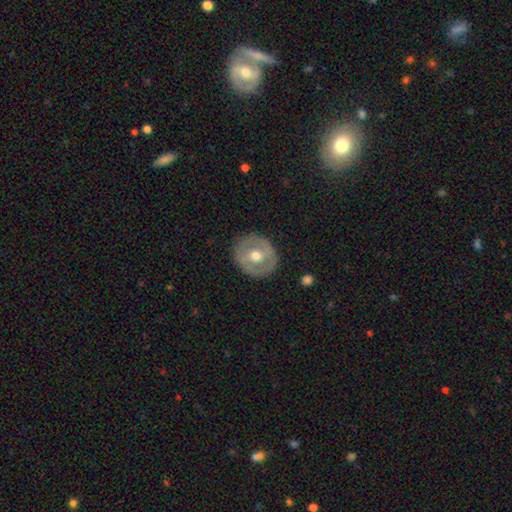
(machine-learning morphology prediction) A featured or disk galaxy (54%) with no bar (60%), no spiral arms (77%) and a moderate central bulge (80%).

Vote fractions:
- Smooth or featured? featured or disk: 54% / smooth: 40% / star or artifact: 6%
- Edge-on disk? no: 94% / yes: 6%
- Bar? no: 60% / weak: 28% / strong: 12%
- Spiral arms? no: 77% / yes: 23%
- Bulge size? moderate: 80% / small: 13% / large: 5% / none: 1% / dominant: 1%
- Merging? none: 86% / minor disturbance: 10% / major disturbance: 3% / merger: 1%